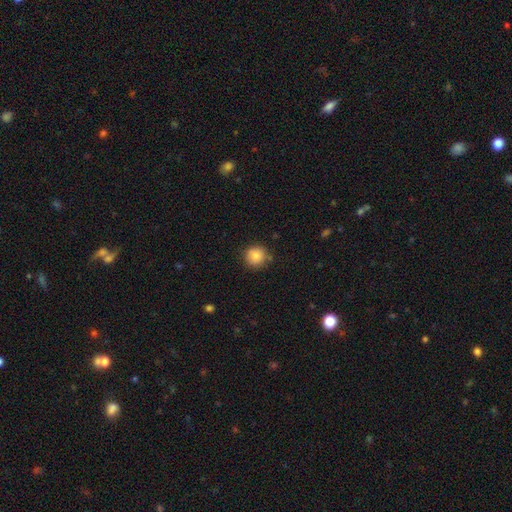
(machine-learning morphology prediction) smooth-or-featured: smooth: 83% | star or artifact: 10% | featured or disk: 7%
  how-rounded: round: 93% | in between: 6% | cigar-shaped: 1%
  merging: none: 84% | minor disturbance: 11% | major disturbance: 3% | merger: 2%